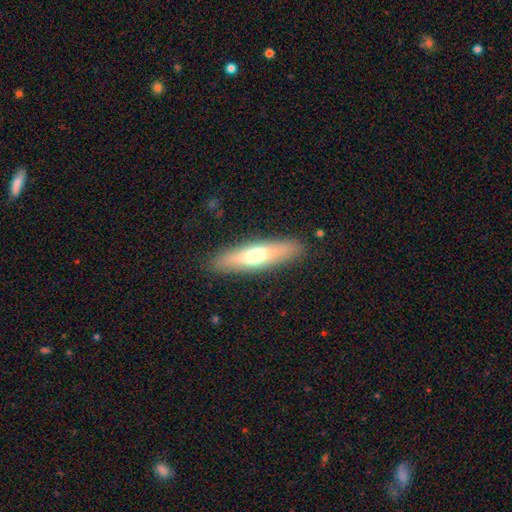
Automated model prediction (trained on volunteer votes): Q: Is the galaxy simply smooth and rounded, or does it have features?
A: smooth — 55%.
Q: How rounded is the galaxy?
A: cigar-shaped — 71%.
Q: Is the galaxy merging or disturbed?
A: none — 88%.